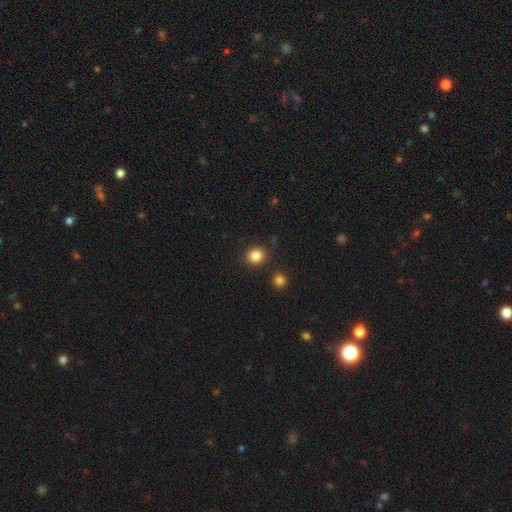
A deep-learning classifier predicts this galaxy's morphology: Smooth or featured? smooth (85%)
How rounded? round (82%)
Merging? none (87%)